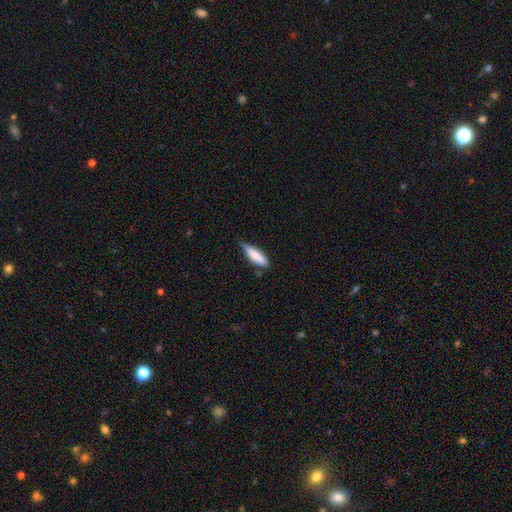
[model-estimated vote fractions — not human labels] smooth-or-featured: smooth: 80% | featured or disk: 14% | star or artifact: 6%
  how-rounded: cigar-shaped: 57% | in between: 41% | round: 2%
  merging: none: 56% | minor disturbance: 35% | major disturbance: 6% | merger: 4%